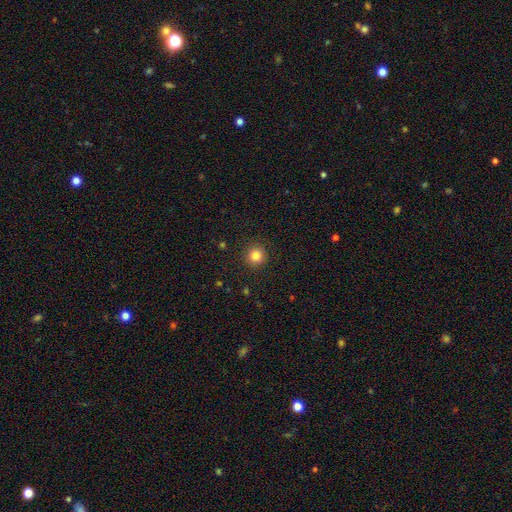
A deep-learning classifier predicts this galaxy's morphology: Smooth or featured? smooth (84%)
How rounded? round (95%)
Merging? none (92%)